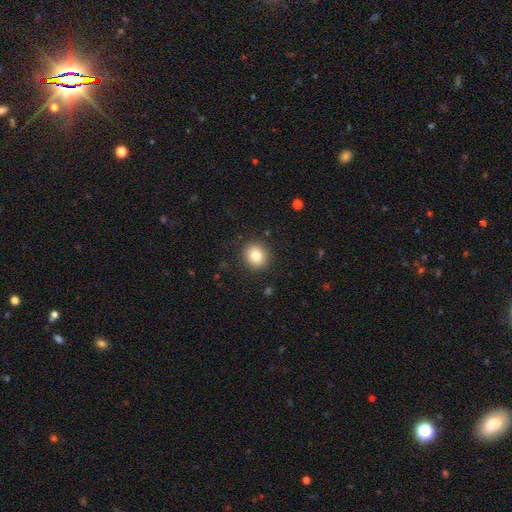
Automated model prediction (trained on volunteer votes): This is clearly a smooth galaxy (82%). How rounded: clearly round (84%). Merging: clearly none (90%).